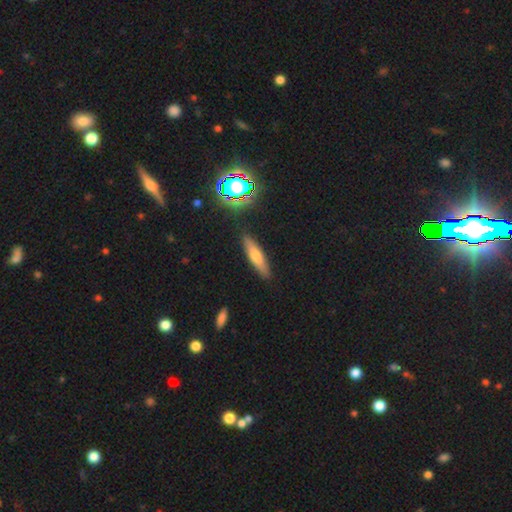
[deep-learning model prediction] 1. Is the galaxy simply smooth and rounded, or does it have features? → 57% smooth, 33% featured or disk, 10% star or artifact.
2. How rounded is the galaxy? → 77% cigar-shaped, 21% in between, 2% round.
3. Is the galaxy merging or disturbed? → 88% none, 8% minor disturbance, 2% major disturbance, 2% merger.